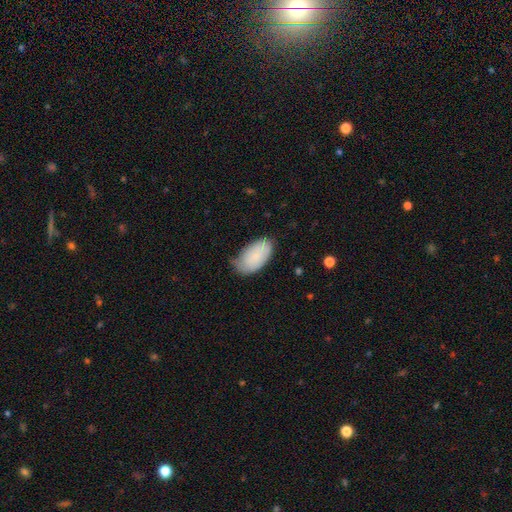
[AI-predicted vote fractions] Smooth or featured: smooth — 80% (featured or disk — 13%)
How rounded: in between — 95% (round — 3%)
Merging: none — 60% (minor disturbance — 33%)